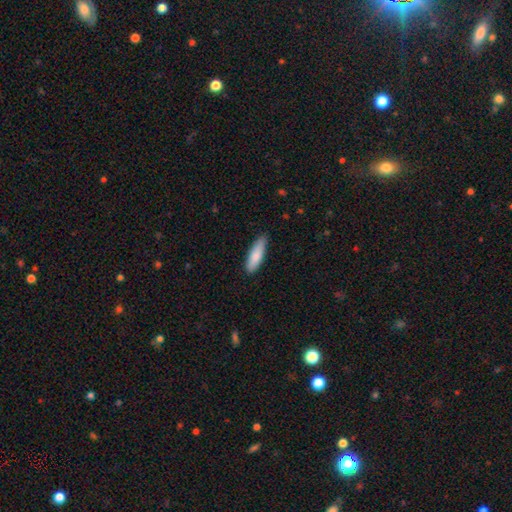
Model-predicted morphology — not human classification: Q: Smooth or featured?
A: smooth (84%); runner-up: featured or disk (10%)
Q: How rounded?
A: cigar-shaped (59%); runner-up: in between (40%)
Q: Merging?
A: none (83%); runner-up: minor disturbance (14%)